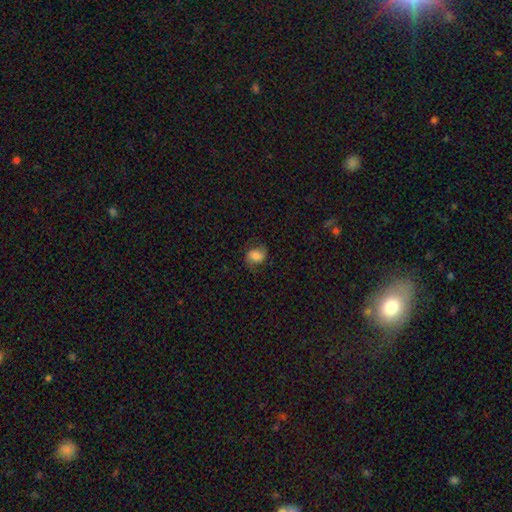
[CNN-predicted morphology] A smooth galaxy with no disk features (60%) that is in between round and cigar-shaped (51%).

Vote fractions:
- Smooth or featured? smooth: 60% / featured or disk: 29% / star or artifact: 11%
- How rounded? in between: 51% / round: 48% / cigar-shaped: 1%
- Merging? none: 69% / minor disturbance: 20% / major disturbance: 10% / merger: 1%